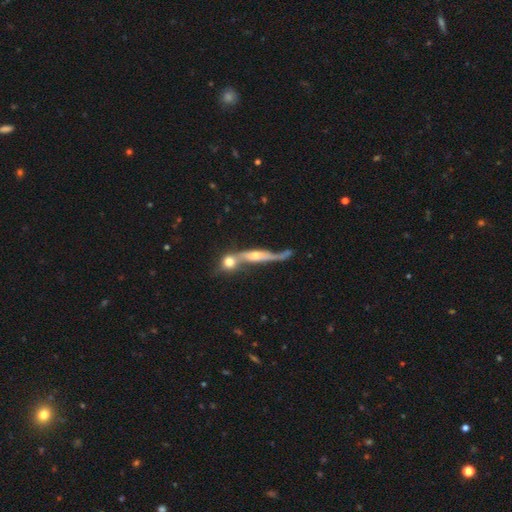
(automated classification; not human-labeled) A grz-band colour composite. It shows a featured or disk galaxy (62%) viewed edge-on (53%). Merging: merger (60%).